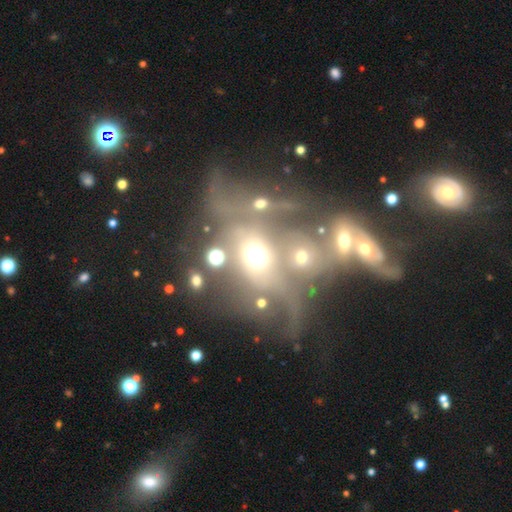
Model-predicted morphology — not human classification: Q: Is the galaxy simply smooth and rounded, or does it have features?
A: smooth — 48%.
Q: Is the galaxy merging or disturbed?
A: merger — 65%.